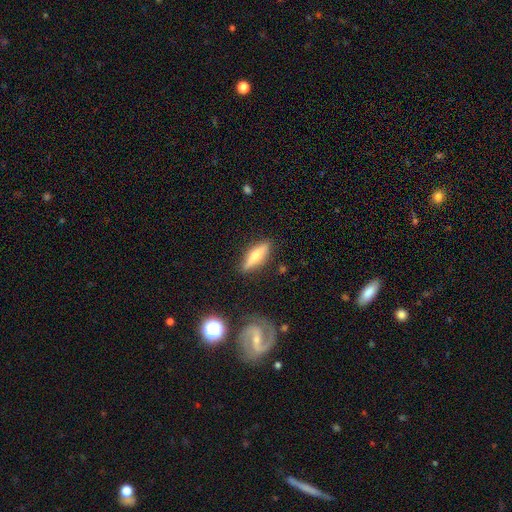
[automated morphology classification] Smooth or featured? smooth (51%)
How rounded? cigar-shaped (67%)
Merging? none (85%)